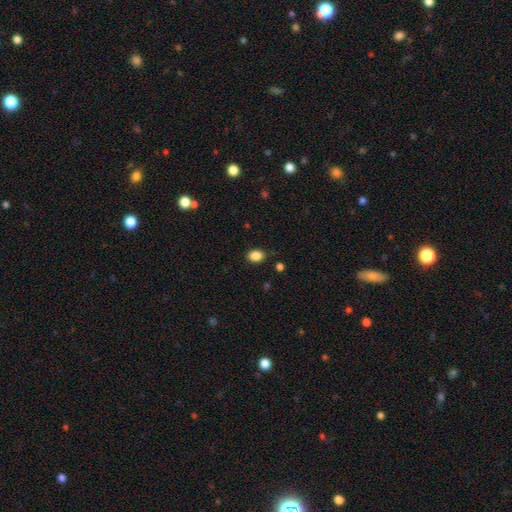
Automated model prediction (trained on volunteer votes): Smooth or featured? Predicted: smooth (p=0.87). How rounded? Predicted: in between (p=0.63). Merging? Predicted: none (p=0.84).